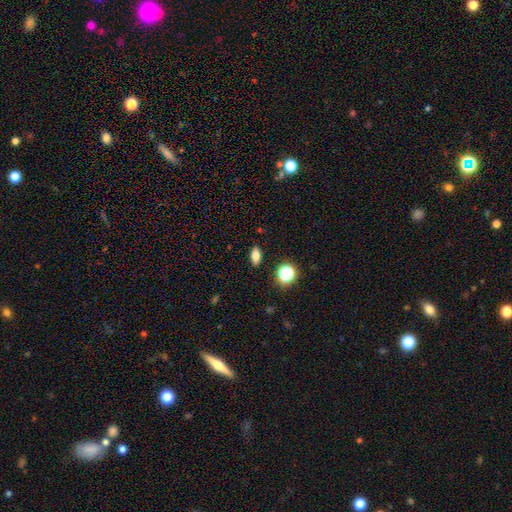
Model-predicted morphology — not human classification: A smooth galaxy with no disk features (75%) that is in between round and cigar-shaped (79%).

Vote fractions:
- Smooth or featured? smooth: 75% / star or artifact: 13% / featured or disk: 12%
- How rounded? in between: 79% / round: 11% / cigar-shaped: 10%
- Merging? none: 88% / minor disturbance: 8% / major disturbance: 2% / merger: 2%